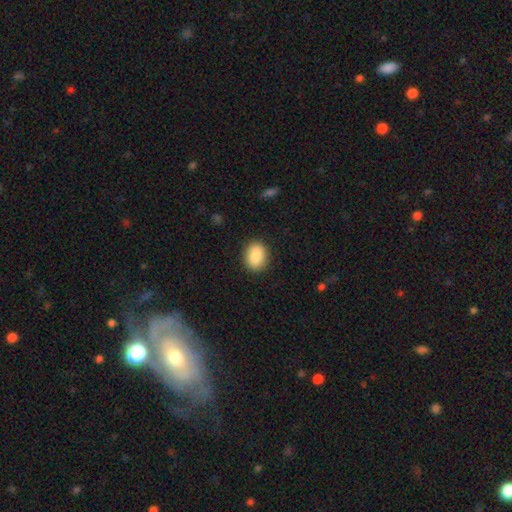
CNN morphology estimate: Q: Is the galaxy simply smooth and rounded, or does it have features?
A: smooth — 88%.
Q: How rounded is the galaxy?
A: in between — 63%.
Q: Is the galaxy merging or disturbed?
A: none — 88%.